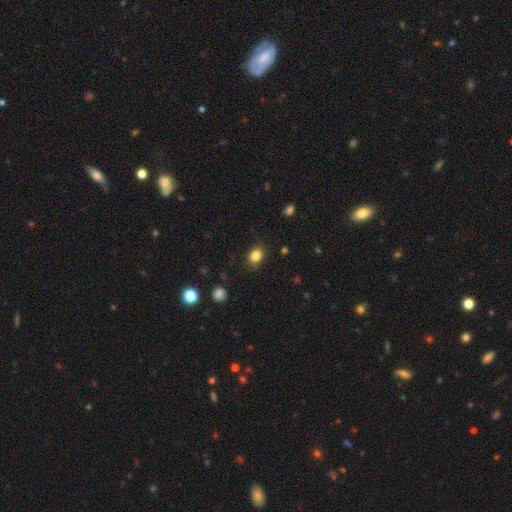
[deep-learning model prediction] Smooth or featured? smooth (84%)
How rounded? in between (59%)
Merging? none (83%)